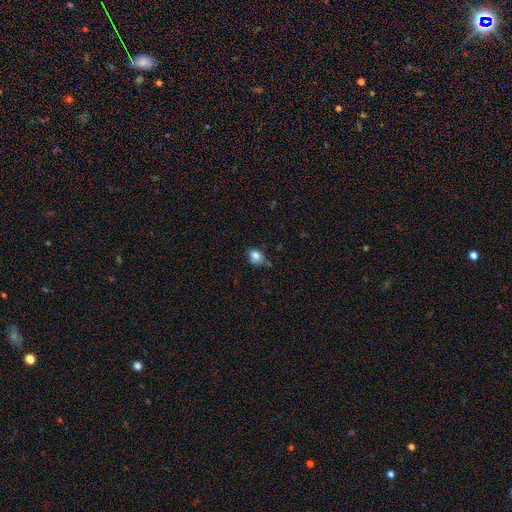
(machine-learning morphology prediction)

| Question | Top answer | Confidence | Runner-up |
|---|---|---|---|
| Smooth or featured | smooth | 81% | star or artifact (10%) |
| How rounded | in between | 50% | round (48%) |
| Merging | none | 51% | minor disturbance (34%) |